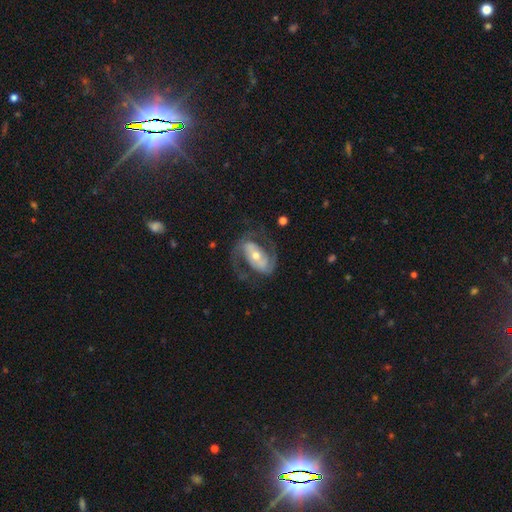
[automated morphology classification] smooth_or_featured: featured or disk (p=0.87) [alt: smooth p=0.08]
disk_edge_on: no (p=0.96) [alt: yes p=0.04]
bar: strong (p=0.45) [alt: weak p=0.30]
has_spiral_arms: yes (p=0.95) [alt: no p=0.05]
spiral_winding: medium (p=0.54) [alt: loose p=0.24]
spiral_arm_count: 2 (p=0.91) [alt: can't tell p=0.03]
bulge_size: moderate (p=0.52) [alt: small p=0.40]
merging: none (p=0.70) [alt: major disturbance p=0.14]